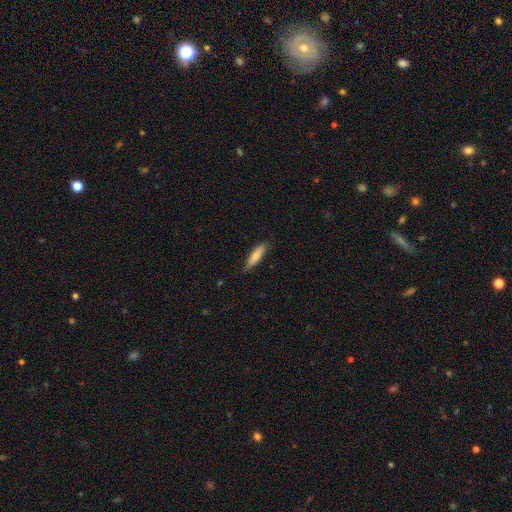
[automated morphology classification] This is likely a smooth galaxy (73%). How rounded: likely cigar-shaped (68%). Merging: clearly none (80%).